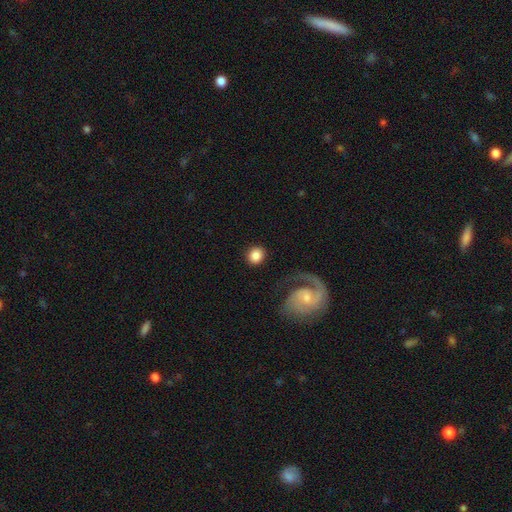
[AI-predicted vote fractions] Smooth or featured? smooth (80%)
How rounded? round (83%)
Merging? none (86%)